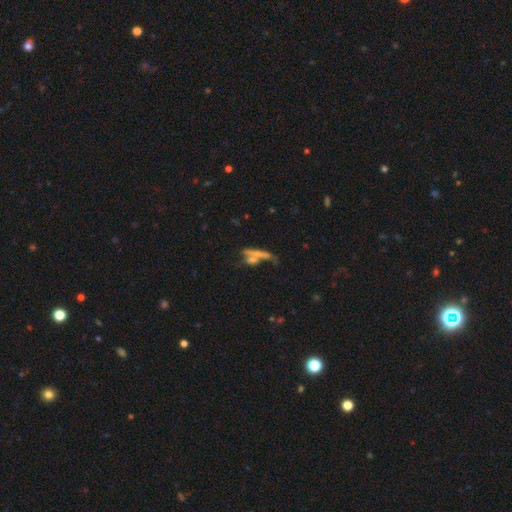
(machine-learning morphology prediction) A smooth galaxy with no disk features (48%). Merging: merger (47%).